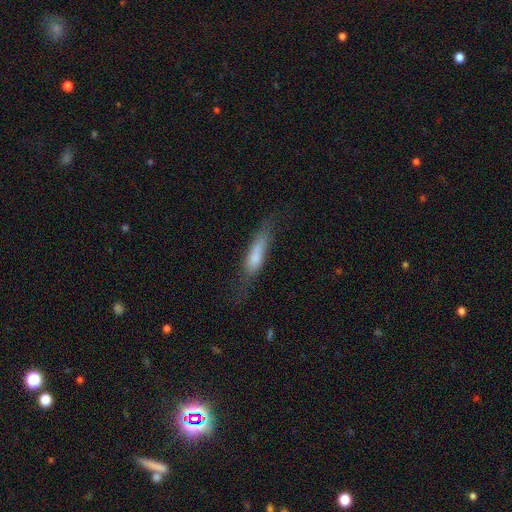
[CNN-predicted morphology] Smooth or featured?
  - smooth: 69% *
  - featured or disk: 23%
  - star or artifact: 8%
How rounded?
  - cigar-shaped: 69% *
  - in between: 29%
  - round: 2%
Merging?
  - none: 50% *
  - minor disturbance: 27%
  - major disturbance: 20%
  - merger: 3%